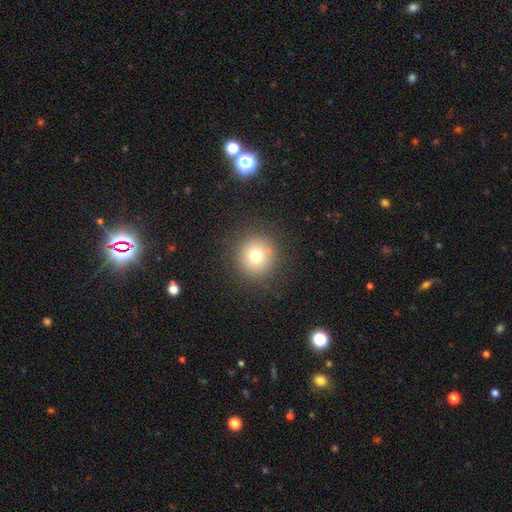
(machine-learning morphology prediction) Smooth or featured?
  - smooth: 75% *
  - star or artifact: 14%
  - featured or disk: 12%
How rounded?
  - round: 94% *
  - in between: 5%
  - cigar-shaped: 1%
Merging?
  - none: 89% *
  - minor disturbance: 7%
  - major disturbance: 3%
  - merger: 1%